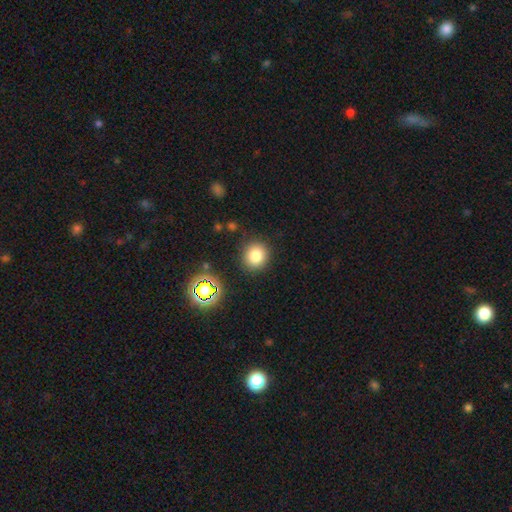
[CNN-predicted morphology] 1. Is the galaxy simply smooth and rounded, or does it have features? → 80% smooth, 14% star or artifact, 7% featured or disk.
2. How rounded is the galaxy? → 87% round, 12% in between, 1% cigar-shaped.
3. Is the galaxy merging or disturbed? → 87% none, 8% minor disturbance, 3% major disturbance, 2% merger.